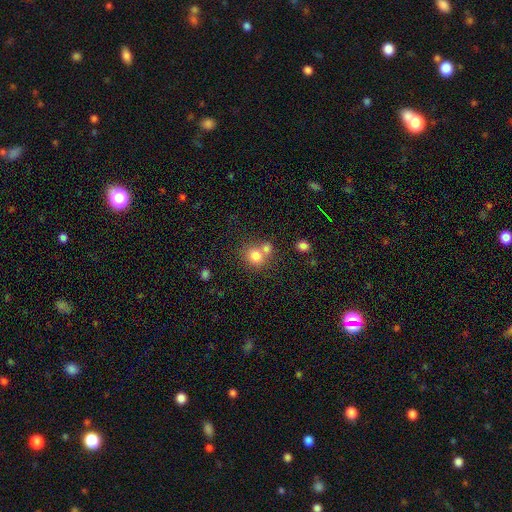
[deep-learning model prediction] Overall: smooth (79%). How rounded: round (78%). Merging: none (45%; merger 43%).